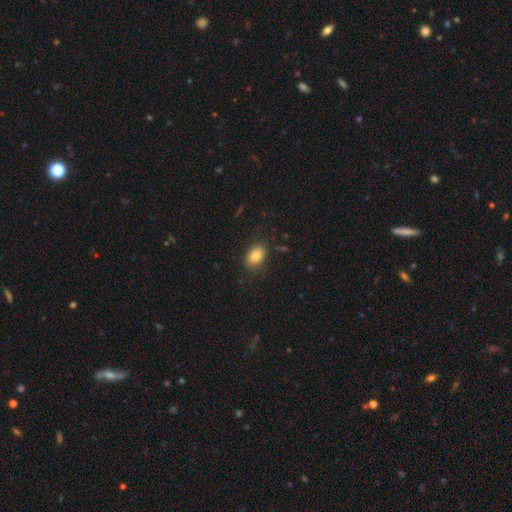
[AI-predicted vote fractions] The model was most divided on "how rounded": in between: 81%, round: 17%, cigar-shaped: 1%. More confident: smooth or featured — smooth (85%); merging — none (84%).